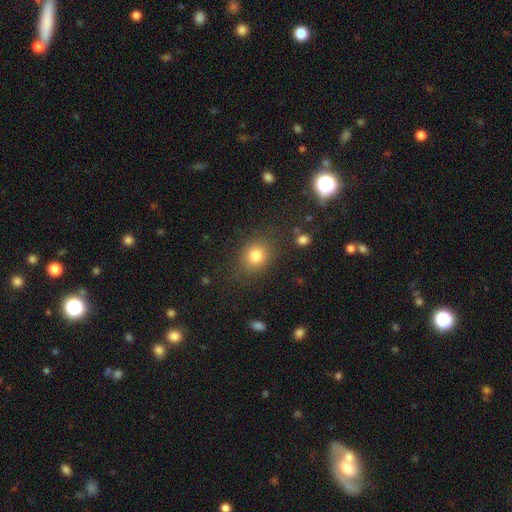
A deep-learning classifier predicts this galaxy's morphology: Smooth or featured? Predicted: smooth (p=0.79). How rounded? Predicted: round (p=0.64). Merging? Predicted: none (p=0.80).